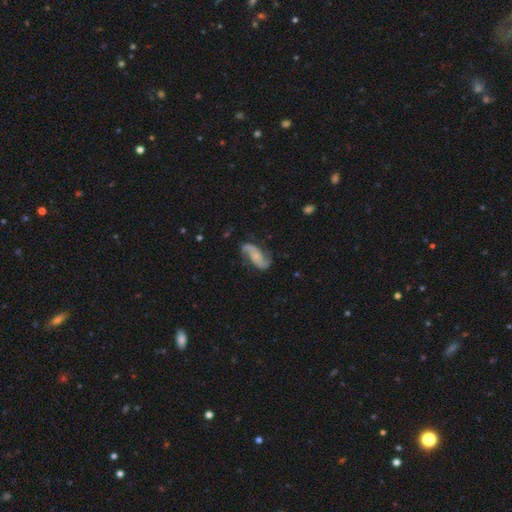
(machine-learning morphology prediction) Smooth or featured?
  - featured or disk: 80% *
  - smooth: 15%
  - star or artifact: 6%
Edge-on disk?
  - no: 95% *
  - yes: 5%
Bar?
  - no: 61% *
  - weak: 29%
  - strong: 11%
Spiral arms?
  - yes: 95% *
  - no: 5%
Spiral winding?
  - loose: 47% *
  - medium: 37%
  - tight: 16%
Spiral arm count?
  - 2: 91% *
  - can't tell: 3%
  - 1: 2%
  - 3: 1%
  - 4: 1%
  - more than 4: 1%
Bulge size?
  - small: 60% *
  - moderate: 23%
  - none: 13%
  - large: 2%
  - dominant: 1%
Merging?
  - none: 72% *
  - minor disturbance: 19%
  - major disturbance: 7%
  - merger: 2%